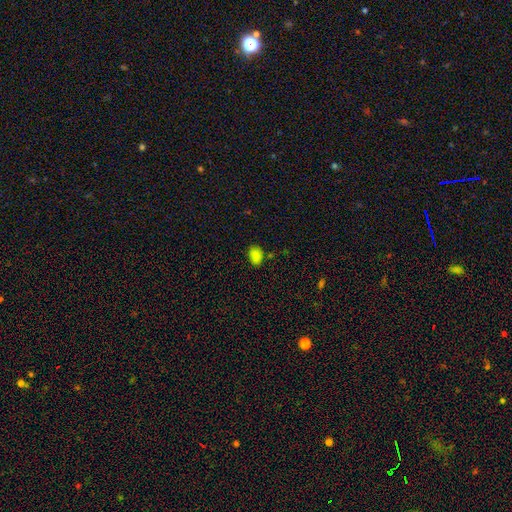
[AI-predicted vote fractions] A smooth galaxy with no disk features (84%) that is in between round and cigar-shaped (83%).

Vote fractions:
- Smooth or featured? smooth: 84% / star or artifact: 12% / featured or disk: 4%
- How rounded? in between: 83% / round: 15% / cigar-shaped: 1%
- Merging? none: 79% / minor disturbance: 15% / major disturbance: 3% / merger: 3%